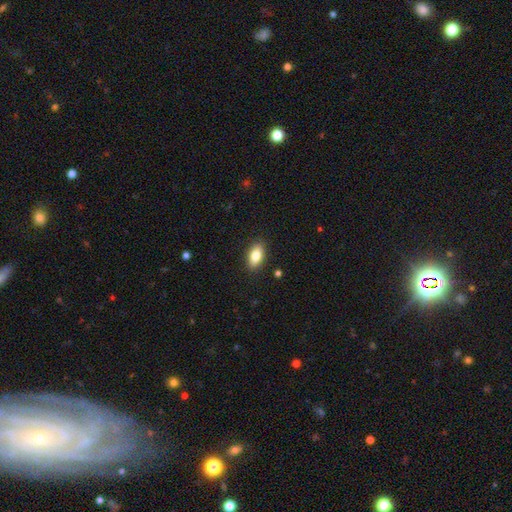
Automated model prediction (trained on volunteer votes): Smooth or featured: smooth — 83% (featured or disk — 10%)
How rounded: in between — 89% (cigar-shaped — 7%)
Merging: none — 89% (minor disturbance — 8%)